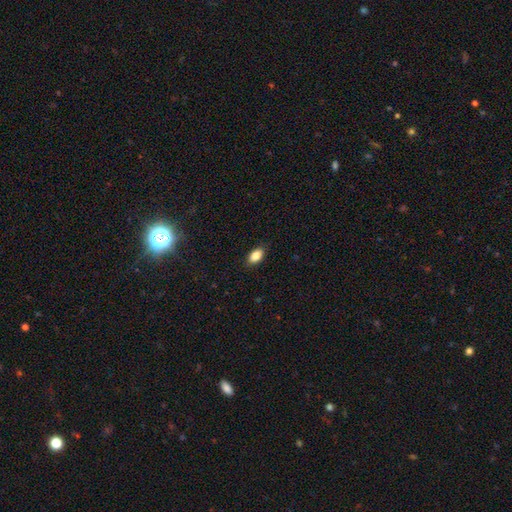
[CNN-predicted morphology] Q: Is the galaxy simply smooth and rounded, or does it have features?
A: smooth — 84%.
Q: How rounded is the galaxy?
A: in between — 89%.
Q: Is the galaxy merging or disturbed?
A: none — 88%.